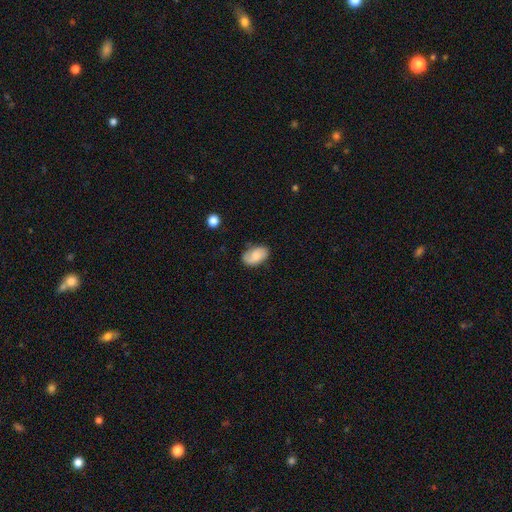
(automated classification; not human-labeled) A smooth galaxy with no disk features (63%) that is in between round and cigar-shaped (91%).

Vote fractions:
- Smooth or featured? smooth: 63% / featured or disk: 29% / star or artifact: 8%
- How rounded? in between: 91% / round: 8% / cigar-shaped: 1%
- Merging? none: 68% / minor disturbance: 23% / major disturbance: 7% / merger: 2%